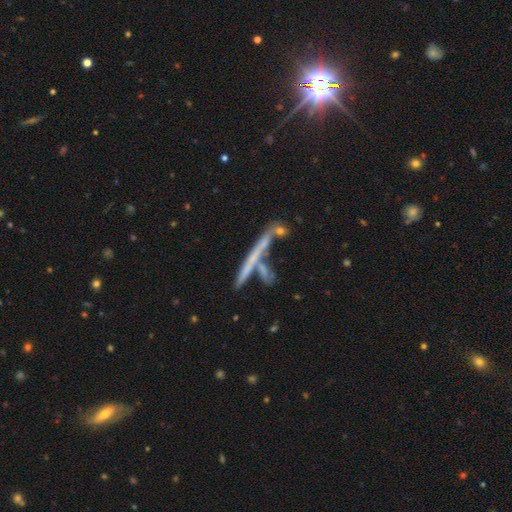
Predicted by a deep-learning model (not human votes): A featured or disk galaxy (52%) viewed edge-on (87%). Merging: none (53%).